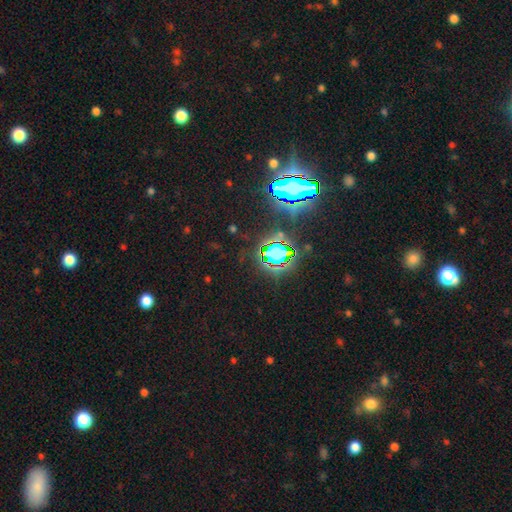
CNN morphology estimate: Q: Smooth or featured?
A: star or artifact (81%); runner-up: smooth (12%)